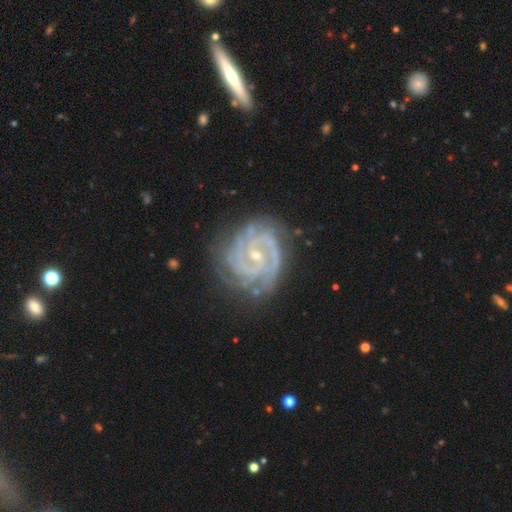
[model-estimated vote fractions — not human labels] A featured or disk galaxy (91%) with no bar (50%), 2 (35%) tight (72%) spiral arms (98%) and a small central bulge (71%).

Vote fractions:
- Smooth or featured? featured or disk: 91% / star or artifact: 5% / smooth: 4%
- Edge-on disk? no: 98% / yes: 2%
- Bar? no: 50% / weak: 37% / strong: 13%
- Spiral arms? yes: 98% / no: 2%
- Spiral winding? tight: 72% / medium: 25% / loose: 3%
- Spiral arm count? 2: 35% / 3: 27% / can't tell: 14% / 4: 12% / more than 4: 6% / 1: 6%
- Bulge size? small: 71% / moderate: 26% / none: 1% / large: 1% / dominant: 1%
- Merging? none: 74% / minor disturbance: 18% / major disturbance: 6% / merger: 2%